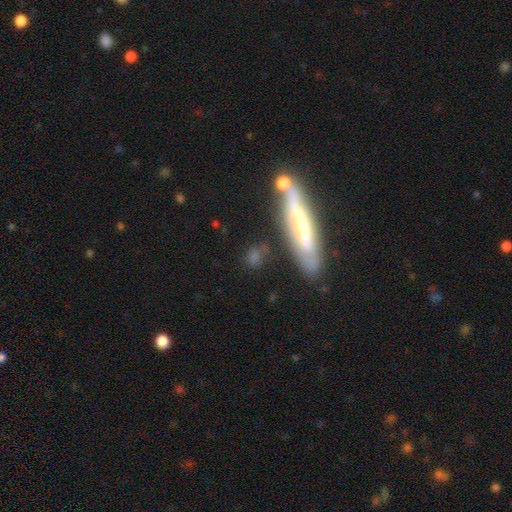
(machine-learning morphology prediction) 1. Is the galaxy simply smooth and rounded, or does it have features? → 49% smooth, 41% featured or disk, 10% star or artifact.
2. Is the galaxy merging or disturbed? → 60% none, 20% minor disturbance, 11% merger, 9% major disturbance.